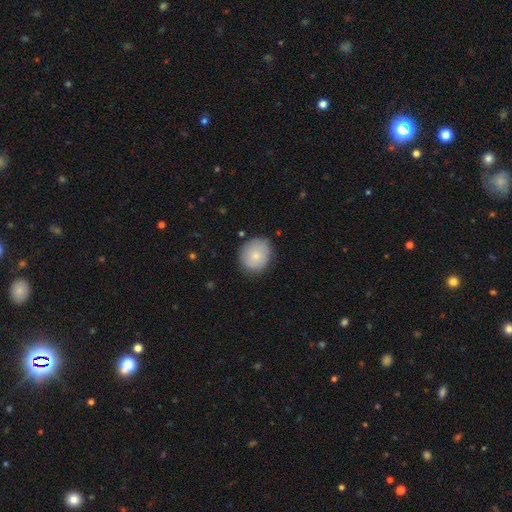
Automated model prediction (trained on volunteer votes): smooth_or_featured: smooth (p=0.78) [alt: featured or disk p=0.15]
how_rounded: round (p=0.68) [alt: in between p=0.31]
merging: none (p=0.79) [alt: minor disturbance p=0.16]